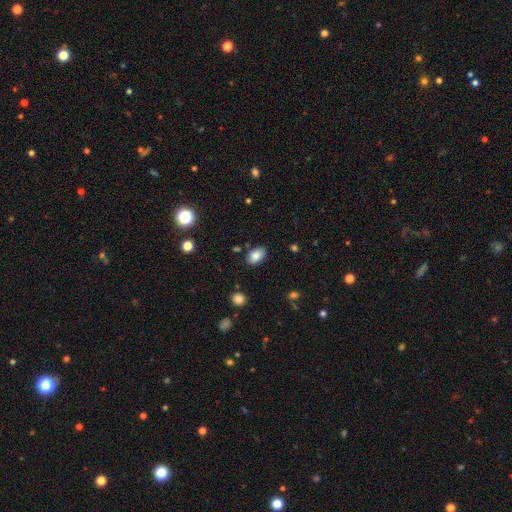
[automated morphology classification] type=smooth (85%); roundness=in between (86%); merging=none (82%).